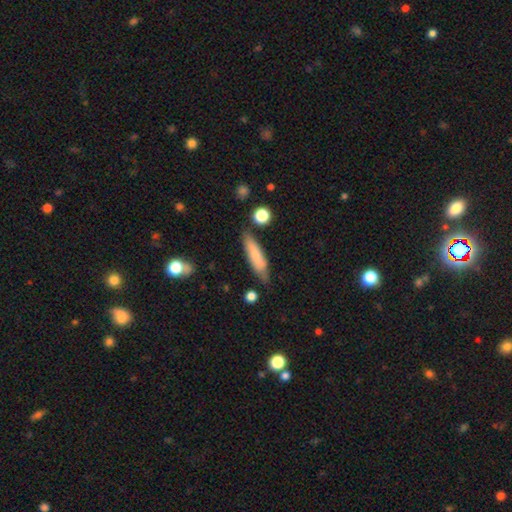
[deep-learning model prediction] smooth_or_featured: smooth (p=0.71) [alt: featured or disk p=0.23]
how_rounded: cigar-shaped (p=0.73) [alt: in between p=0.26]
merging: none (p=0.77) [alt: minor disturbance p=0.16]